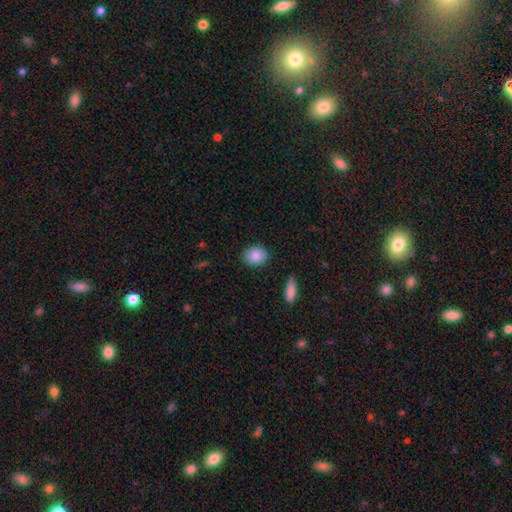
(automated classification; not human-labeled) Overall: smooth (87%). How rounded: in between (59%; round 40%). Merging: none (86%).